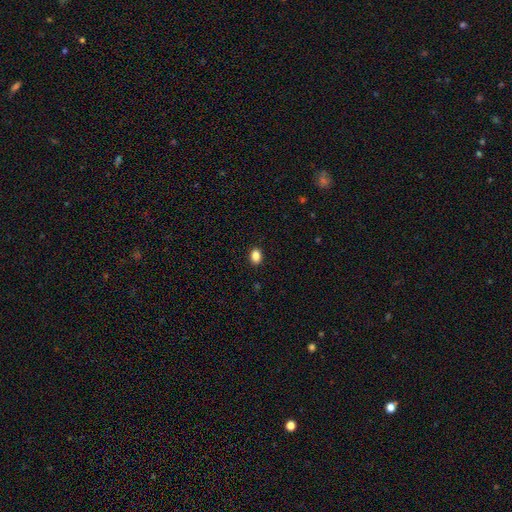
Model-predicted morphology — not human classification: A smooth galaxy with no disk features (87%) that is in between round and cigar-shaped (69%). Merging: none (90%).